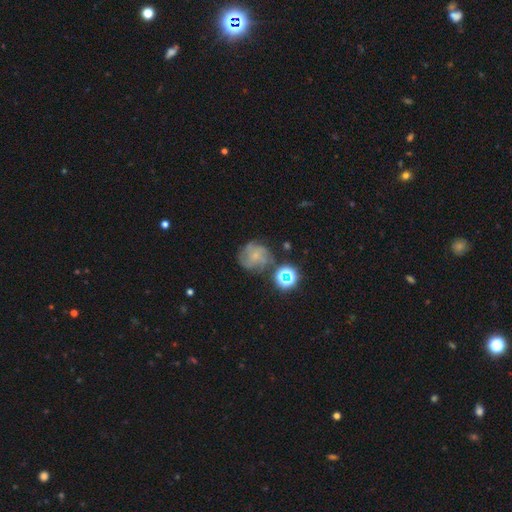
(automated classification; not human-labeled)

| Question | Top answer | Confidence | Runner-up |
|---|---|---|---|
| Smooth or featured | featured or disk | 56% | smooth (25%) |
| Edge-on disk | no | 98% | yes (2%) |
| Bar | no | 76% | weak (20%) |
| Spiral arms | yes | 85% | no (15%) |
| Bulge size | small | 69% | moderate (16%) |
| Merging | none | 64% | minor disturbance (19%) |